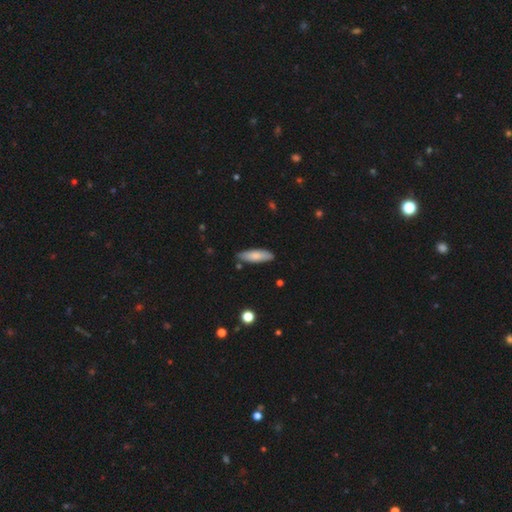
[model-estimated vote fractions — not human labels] smooth 80%, featured or disk 14%, star or artifact 6%. Down the decision tree: how rounded — cigar-shaped (51%); merging — none (83%).